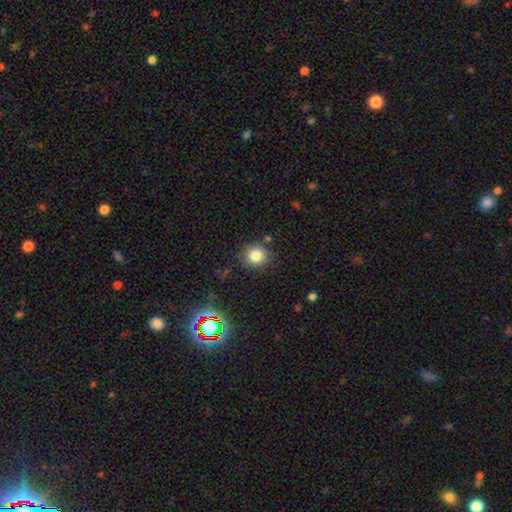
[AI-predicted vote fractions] Smooth or featured? Predicted: smooth (p=0.81). How rounded? Predicted: round (p=0.89). Merging? Predicted: none (p=0.86).